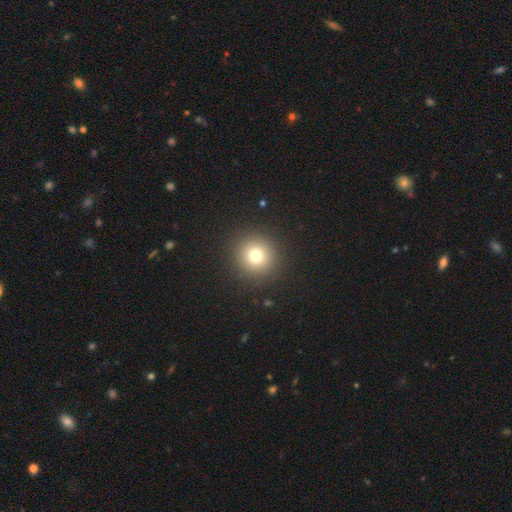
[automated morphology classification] The model was most divided on "smooth or featured": smooth: 75%, star or artifact: 16%, featured or disk: 9%. More confident: how rounded — round (95%); merging — none (92%).